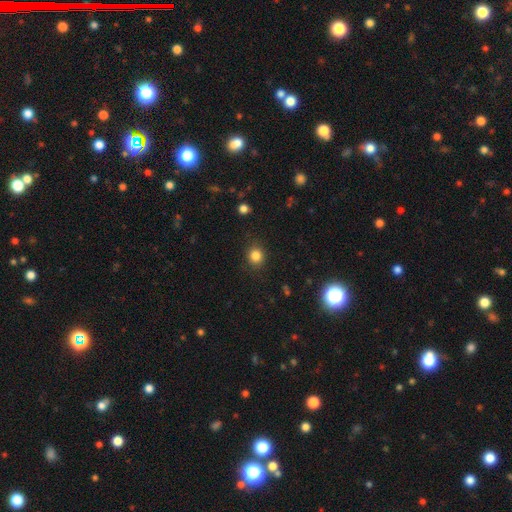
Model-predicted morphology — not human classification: Smooth or featured? Predicted: smooth (p=0.83). How rounded? Predicted: round (p=0.85). Merging? Predicted: none (p=0.87).